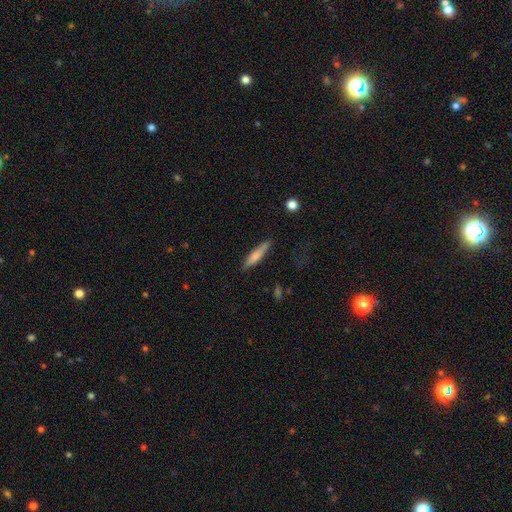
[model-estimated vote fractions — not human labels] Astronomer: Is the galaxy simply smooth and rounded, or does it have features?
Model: smooth — 68%.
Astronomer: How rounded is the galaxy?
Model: cigar-shaped — 85%.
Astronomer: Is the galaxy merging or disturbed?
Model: none — 80%.